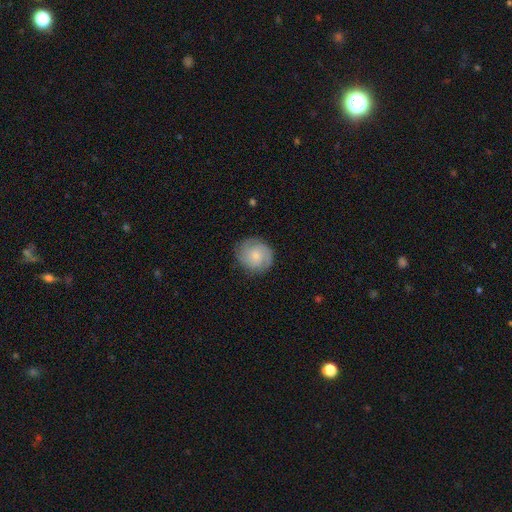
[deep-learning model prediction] A smooth galaxy with no disk features (50%). Merging: none (81%).